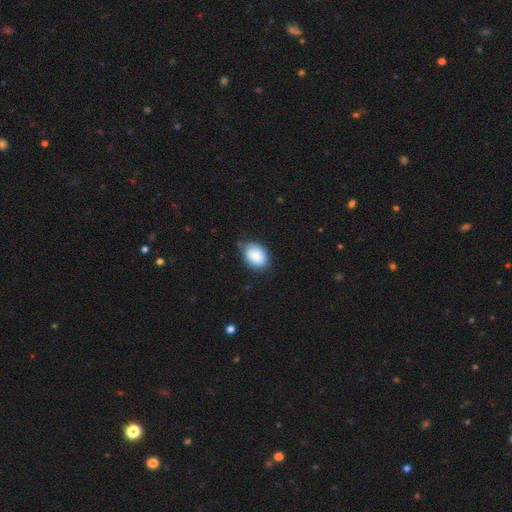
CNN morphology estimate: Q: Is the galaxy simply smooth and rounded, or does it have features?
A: smooth — 87%.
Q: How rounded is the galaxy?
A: in between — 76%.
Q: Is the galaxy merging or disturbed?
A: none — 75%.